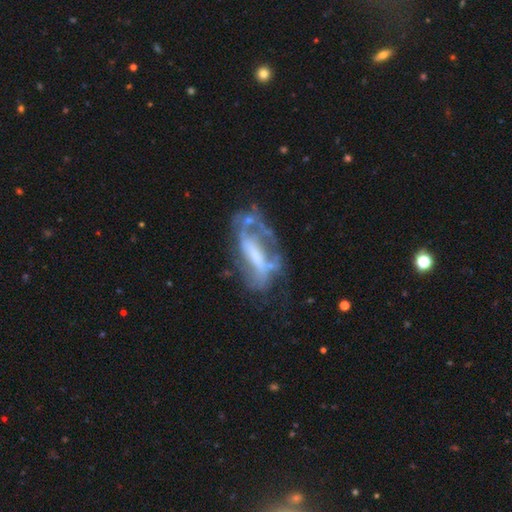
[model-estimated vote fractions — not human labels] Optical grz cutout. It shows a featured or disk galaxy (73%) with a strong bar (46%), spiral arms (60%) and a moderate central bulge (30%). Merging: none (37%).